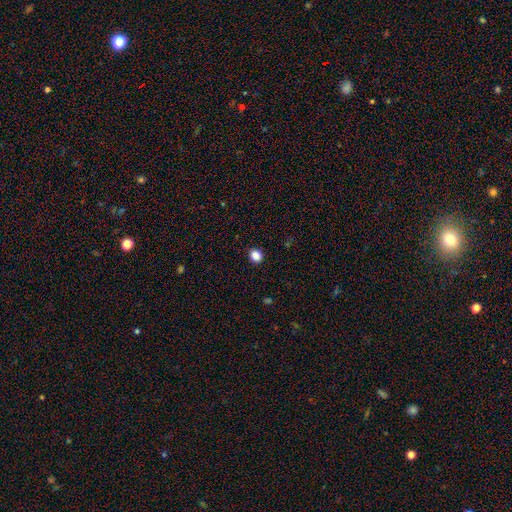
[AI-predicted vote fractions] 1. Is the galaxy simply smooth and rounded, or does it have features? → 86% smooth, 11% star or artifact, 3% featured or disk.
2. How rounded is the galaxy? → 69% round, 30% in between, 1% cigar-shaped.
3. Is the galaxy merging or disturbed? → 91% none, 6% minor disturbance, 2% major disturbance, 1% merger.